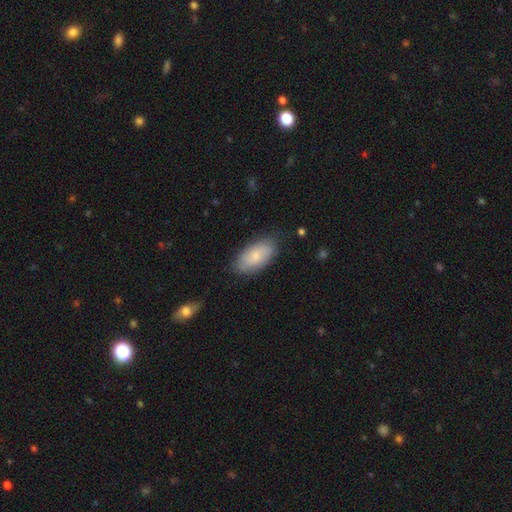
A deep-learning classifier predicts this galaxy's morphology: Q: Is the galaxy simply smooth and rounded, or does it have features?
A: smooth — 75%.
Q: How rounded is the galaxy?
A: in between — 94%.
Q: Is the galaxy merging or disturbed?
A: none — 78%.